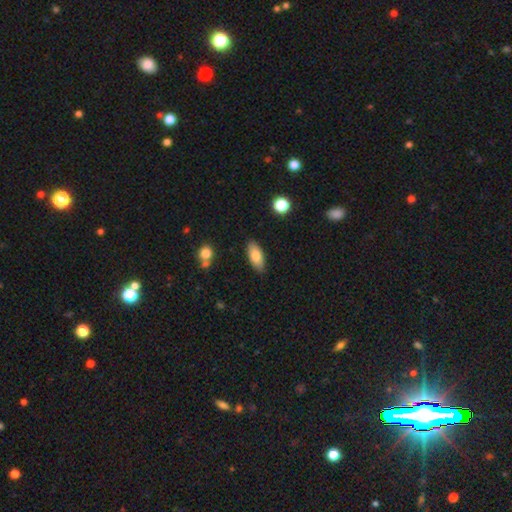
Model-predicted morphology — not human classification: This is likely a smooth galaxy (79%). How rounded: clearly in between (83%). Merging: clearly none (86%).